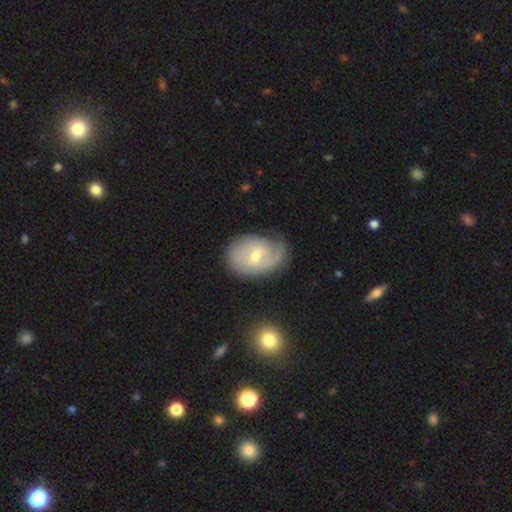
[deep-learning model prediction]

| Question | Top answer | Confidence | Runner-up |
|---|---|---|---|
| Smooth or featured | featured or disk | 69% | smooth (24%) |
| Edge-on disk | no | 96% | yes (4%) |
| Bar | weak | 56% | no (32%) |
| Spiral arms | yes | 87% | no (13%) |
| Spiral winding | tight | 48% | medium (35%) |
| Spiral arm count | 2 | 43% | can't tell (29%) |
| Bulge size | small | 48% | tied: moderate (48%) |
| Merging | none | 66% | minor disturbance (24%) |